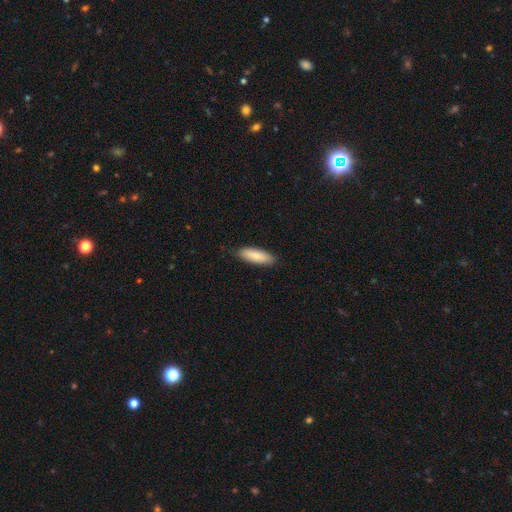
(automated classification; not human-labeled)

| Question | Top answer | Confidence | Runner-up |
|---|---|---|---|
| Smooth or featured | smooth | 80% | featured or disk (14%) |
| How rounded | in between | 58% | cigar-shaped (40%) |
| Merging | none | 85% | minor disturbance (12%) |